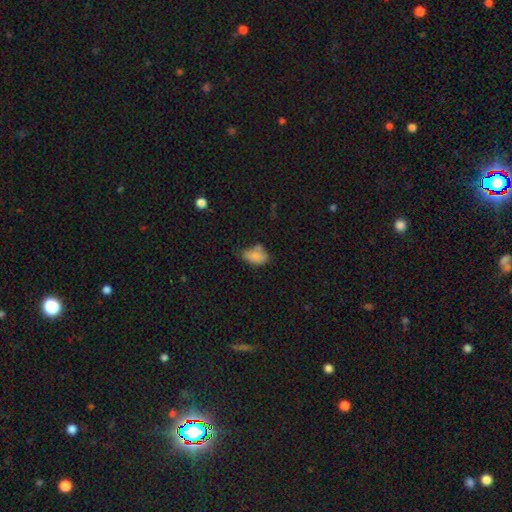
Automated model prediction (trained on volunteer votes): Smooth or featured: smooth — 79% (star or artifact — 10%)
How rounded: in between — 88% (round — 10%)
Merging: none — 42% (minor disturbance — 36%)